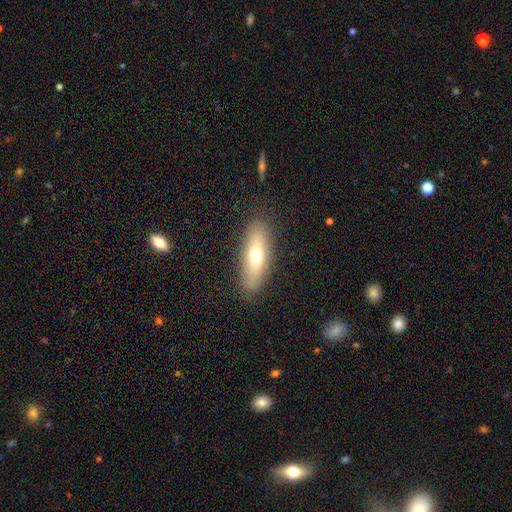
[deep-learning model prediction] Smooth or featured?
  - smooth: 62% *
  - featured or disk: 31%
  - star or artifact: 8%
How rounded?
  - in between: 51% *
  - cigar-shaped: 45%
  - round: 3%
Merging?
  - none: 85% *
  - minor disturbance: 11%
  - major disturbance: 3%
  - merger: 1%